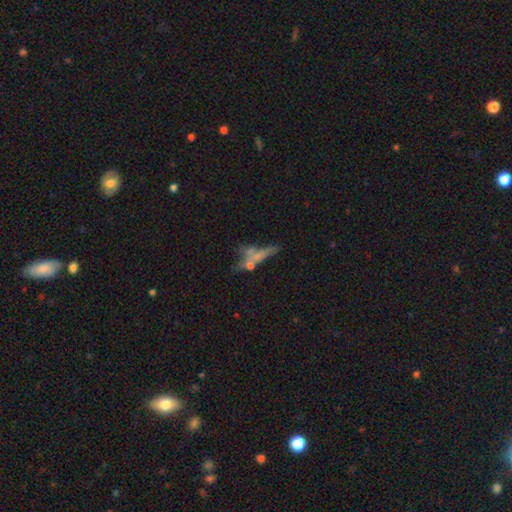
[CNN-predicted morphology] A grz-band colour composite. It shows a smooth galaxy with no disk features (43%). Merging: none (37%).